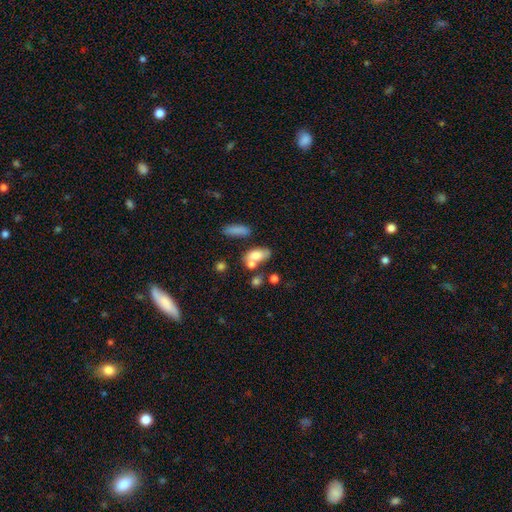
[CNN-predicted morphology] Smooth or featured: smooth — 72% (featured or disk — 19%)
How rounded: in between — 84% (round — 9%)
Merging: none — 45% (merger — 30%)